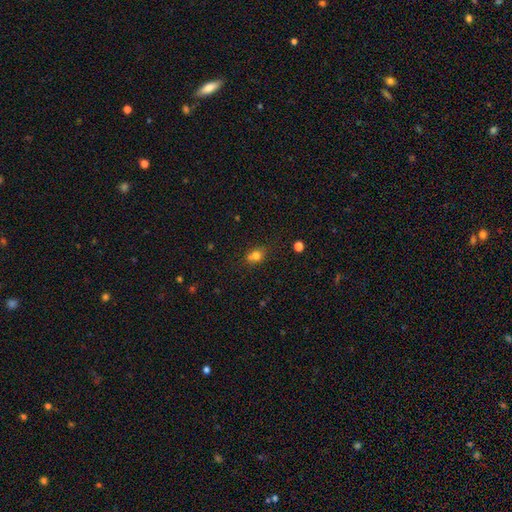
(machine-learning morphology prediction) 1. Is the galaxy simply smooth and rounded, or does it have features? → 75% smooth, 14% star or artifact, 10% featured or disk.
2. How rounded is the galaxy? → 59% round, 40% in between, 1% cigar-shaped.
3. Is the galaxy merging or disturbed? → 59% none, 20% merger, 17% minor disturbance, 5% major disturbance.